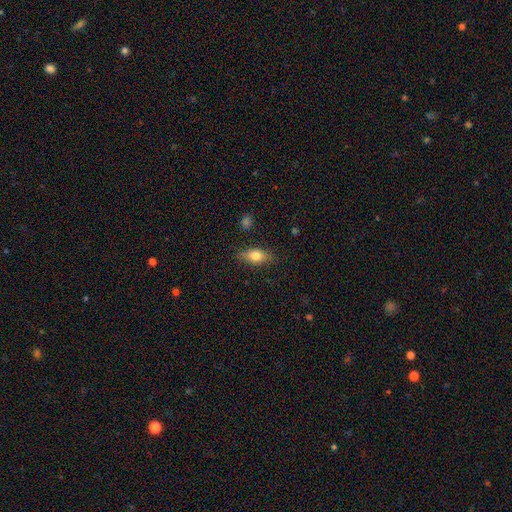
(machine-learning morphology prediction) This appears to be a smooth galaxy with no disk features (77%) that is in between round and cigar-shaped (82%). Merging: none (82%).